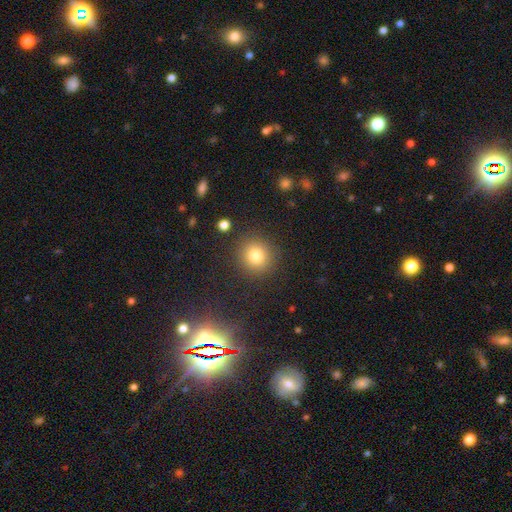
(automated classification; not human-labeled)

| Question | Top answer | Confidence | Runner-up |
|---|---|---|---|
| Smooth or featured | smooth | 80% | star or artifact (12%) |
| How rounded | round | 90% | in between (9%) |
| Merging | none | 88% | minor disturbance (7%) |